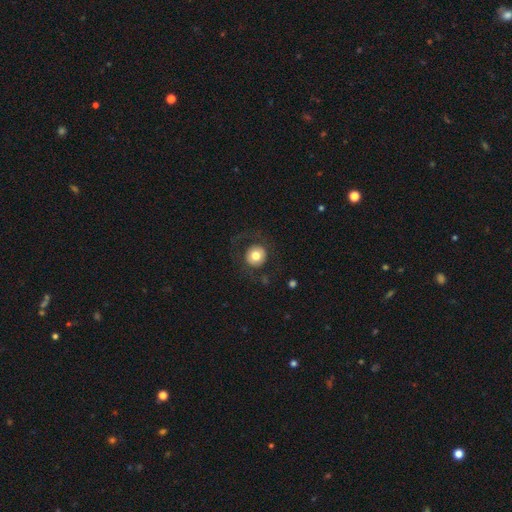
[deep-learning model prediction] Smooth or featured: smooth — 73% (featured or disk — 19%)
How rounded: round — 93% (in between — 6%)
Merging: none — 80% (major disturbance — 10%)